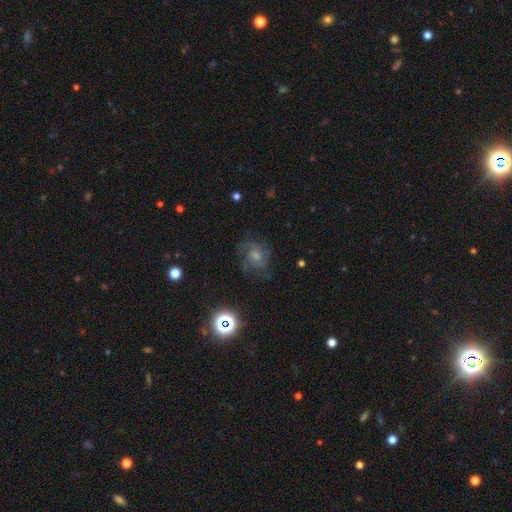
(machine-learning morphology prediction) Overall: featured or disk (57%; star or artifact 24%). Edge-on disk: no (97%). Bar: no (71%). Spiral arms: yes (90%). Bulge size: moderate (46%; small 44%). Merging: none (71%).